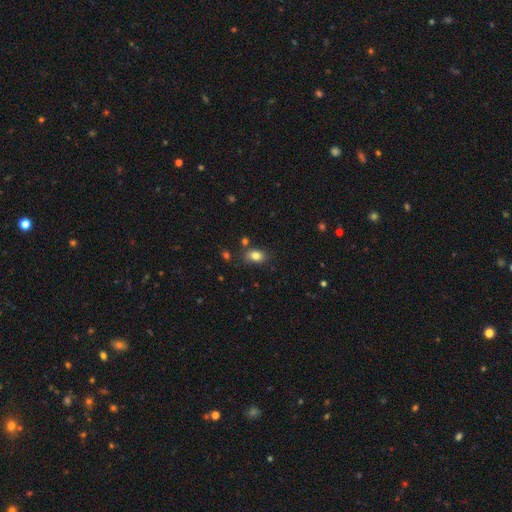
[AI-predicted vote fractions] This appears to be a smooth galaxy with no disk features (81%) that is in between round and cigar-shaped (78%). Merging: none (77%).